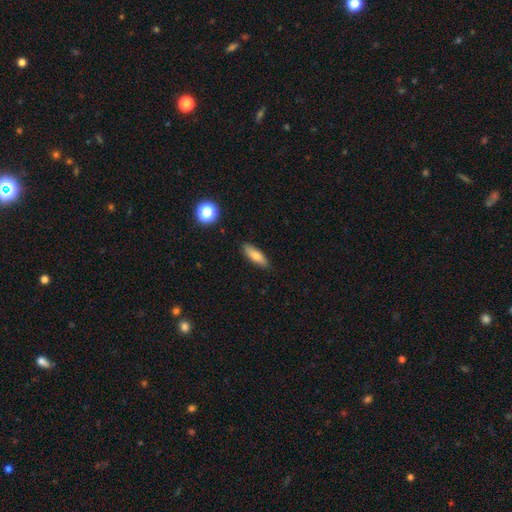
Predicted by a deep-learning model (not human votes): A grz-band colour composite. It shows a smooth galaxy with no disk features (74%) that is cigar-shaped (51%). Merging: none (86%).